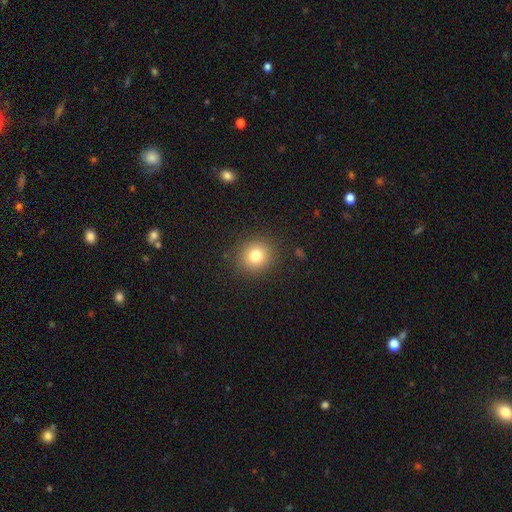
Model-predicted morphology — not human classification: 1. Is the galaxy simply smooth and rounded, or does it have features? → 78% smooth, 13% star or artifact, 9% featured or disk.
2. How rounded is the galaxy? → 85% round, 14% in between, 1% cigar-shaped.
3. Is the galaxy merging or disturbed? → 89% none, 7% minor disturbance, 3% major disturbance, 1% merger.